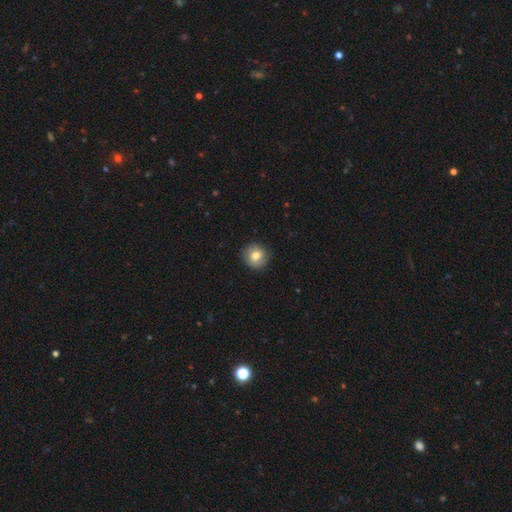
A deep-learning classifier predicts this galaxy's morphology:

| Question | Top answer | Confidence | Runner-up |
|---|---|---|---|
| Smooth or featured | smooth | 75% | featured or disk (16%) |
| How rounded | round | 90% | in between (9%) |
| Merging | none | 85% | minor disturbance (11%) |